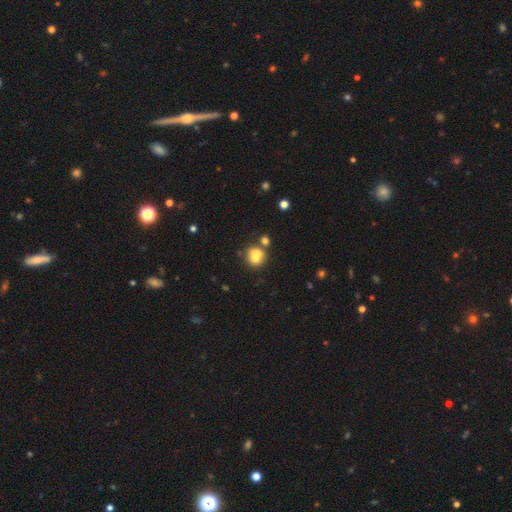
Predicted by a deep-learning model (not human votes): smooth_or_featured: smooth (p=0.74) [alt: featured or disk p=0.15]
how_rounded: round (p=0.74) [alt: in between p=0.25]
merging: none (p=0.45) [alt: merger p=0.37]